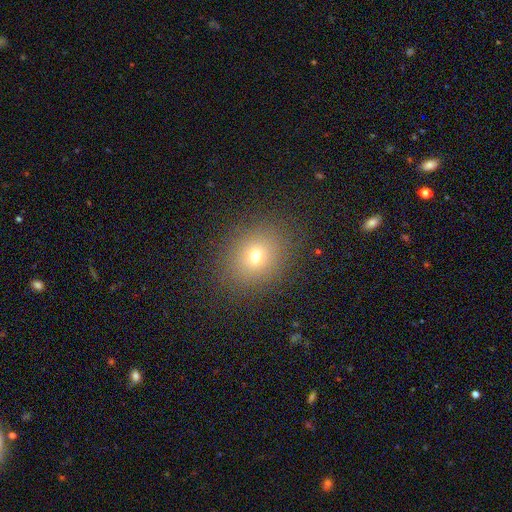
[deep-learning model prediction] smooth-or-featured: smooth: 69% | star or artifact: 19% | featured or disk: 12%
  how-rounded: round: 65% | in between: 34% | cigar-shaped: 1%
  merging: none: 86% | minor disturbance: 8% | major disturbance: 4% | merger: 1%